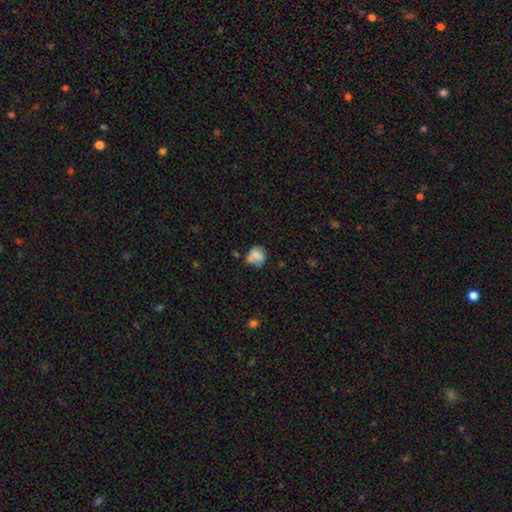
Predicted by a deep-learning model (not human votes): A smooth galaxy with no disk features (69%) that is round (69%).

Vote fractions:
- Smooth or featured? smooth: 69% / featured or disk: 21% / star or artifact: 10%
- How rounded? round: 69% / in between: 30% / cigar-shaped: 1%
- Merging? none: 47% / minor disturbance: 27% / merger: 15% / major disturbance: 10%